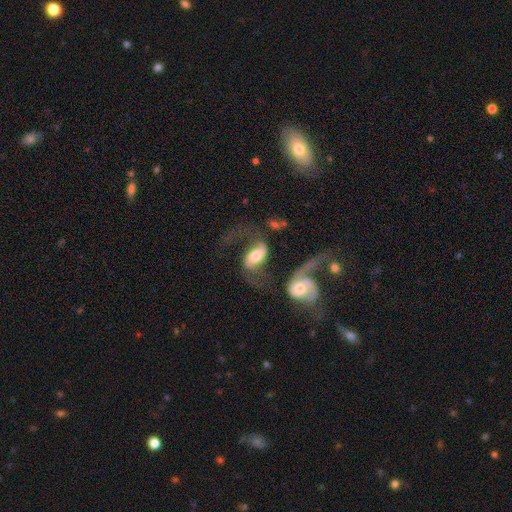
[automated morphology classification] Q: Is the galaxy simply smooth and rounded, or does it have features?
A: featured or disk — 75%.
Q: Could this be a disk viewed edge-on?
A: no — 96%.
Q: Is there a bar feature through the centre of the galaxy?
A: weak — 43%.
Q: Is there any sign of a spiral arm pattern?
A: yes — 91%.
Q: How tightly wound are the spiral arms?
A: loose — 66%.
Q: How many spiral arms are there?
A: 2 — 84%.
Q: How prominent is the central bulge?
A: moderate — 56%.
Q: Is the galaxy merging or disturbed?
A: merger — 45%.